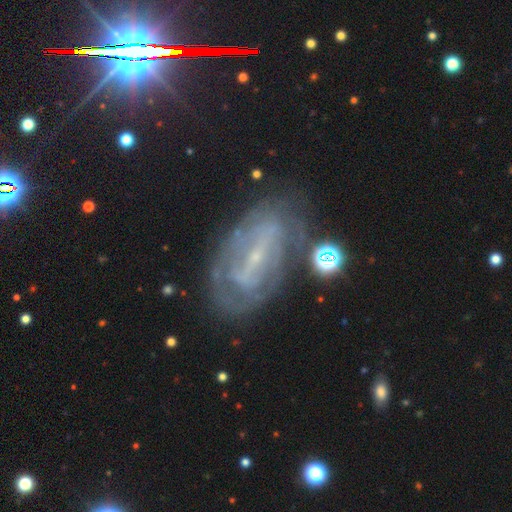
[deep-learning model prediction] Smooth or featured? featured or disk (76%)
Edge-on disk? no (91%)
Bar? strong (42%)
Spiral arms? yes (75%)
Spiral winding? tight (57%)
Spiral arm count? can't tell (47%)
Bulge size? small (81%)
Merging? none (71%)